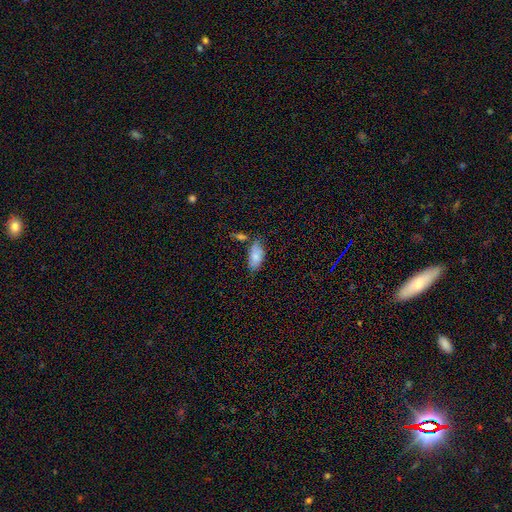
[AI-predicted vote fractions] Morphology: type=smooth (79%); roundness=in between (91%); merging=none (58%).